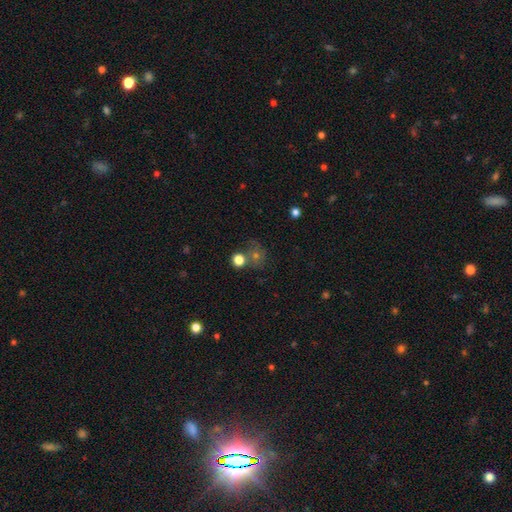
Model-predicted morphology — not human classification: This appears to be a smooth galaxy with no disk features (51%) that is round (83%). Merging: none (58%).